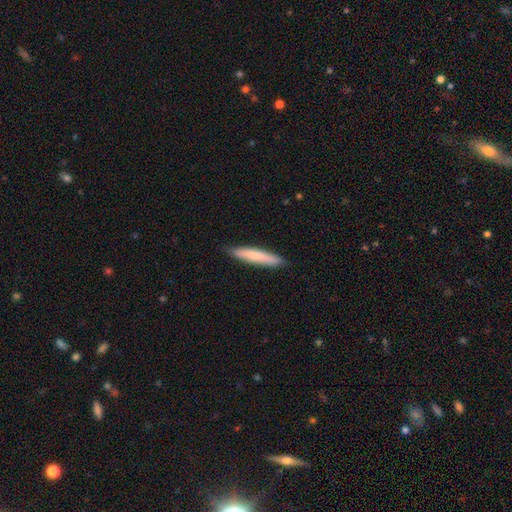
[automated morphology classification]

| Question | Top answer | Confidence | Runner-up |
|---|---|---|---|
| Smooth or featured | smooth | 74% | featured or disk (20%) |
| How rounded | cigar-shaped | 91% | in between (8%) |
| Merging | none | 87% | minor disturbance (11%) |